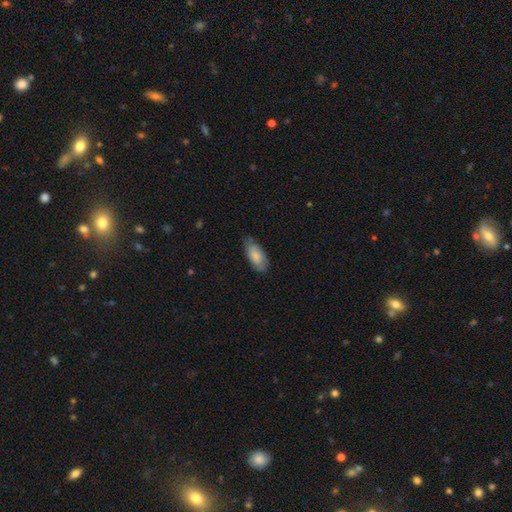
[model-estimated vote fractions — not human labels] Smooth or featured: smooth — 76% (featured or disk — 18%)
How rounded: in between — 89% (cigar-shaped — 9%)
Merging: none — 68% (minor disturbance — 26%)